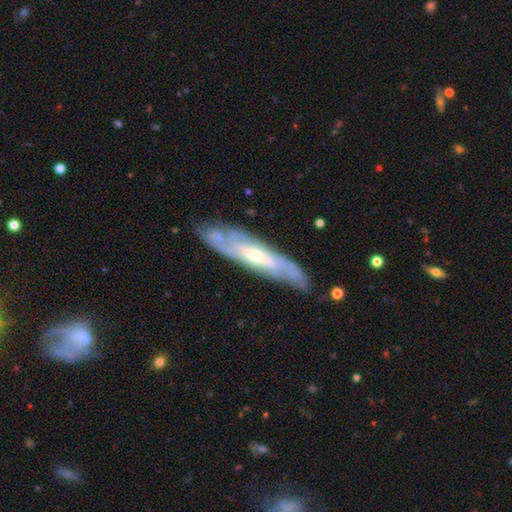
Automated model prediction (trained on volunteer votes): Overall: featured or disk (79%). Edge-on disk: no (59%; yes 41%). Merging: none (80%).